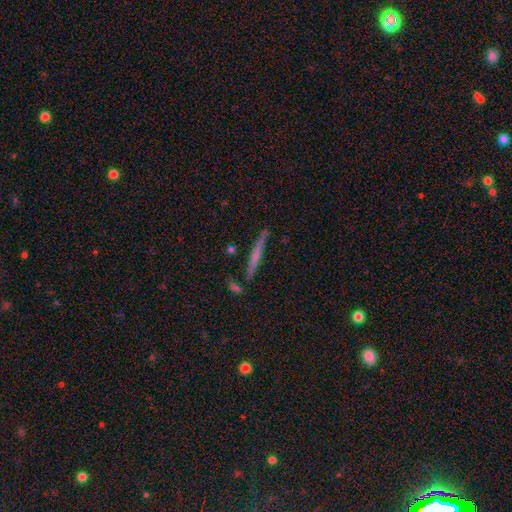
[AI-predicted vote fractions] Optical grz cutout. It shows a featured or disk galaxy (49%). Merging: none (83%).